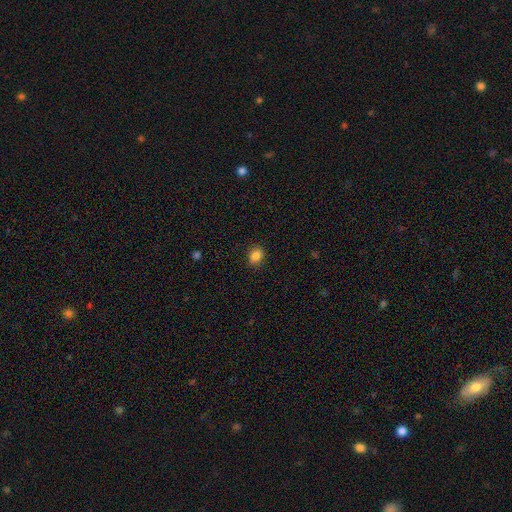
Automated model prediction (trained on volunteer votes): smooth-or-featured: smooth: 86% | star or artifact: 10% | featured or disk: 4%
  how-rounded: in between: 51% | round: 48% | cigar-shaped: 1%
  merging: none: 87% | minor disturbance: 10% | major disturbance: 2% | merger: 1%